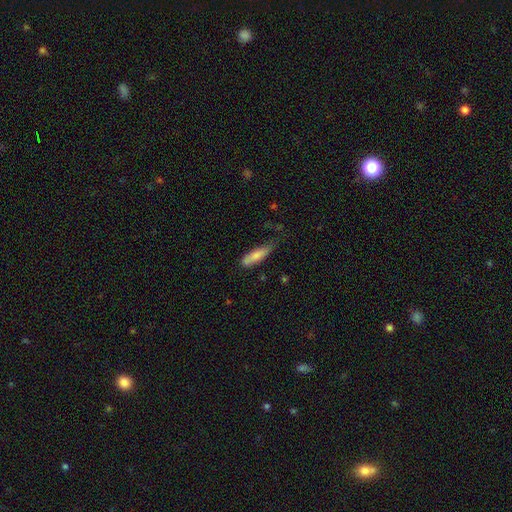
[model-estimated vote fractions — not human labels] Smooth or featured?
  - smooth: 78% *
  - featured or disk: 16%
  - star or artifact: 6%
How rounded?
  - cigar-shaped: 62% *
  - in between: 36%
  - round: 2%
Merging?
  - none: 53% *
  - minor disturbance: 34%
  - major disturbance: 10%
  - merger: 3%